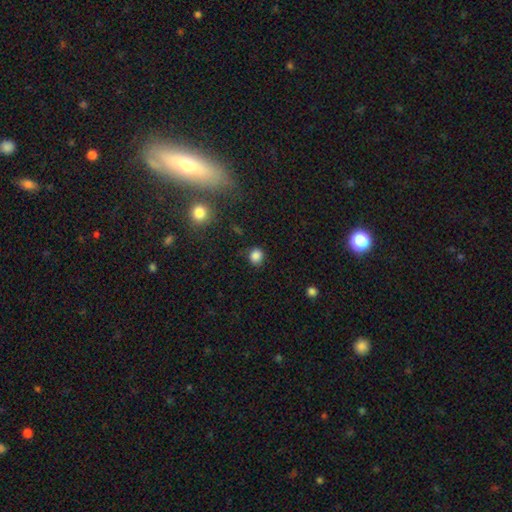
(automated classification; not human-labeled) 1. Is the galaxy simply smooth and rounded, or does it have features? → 84% smooth, 12% star or artifact, 4% featured or disk.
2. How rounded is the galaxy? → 81% round, 18% in between, 1% cigar-shaped.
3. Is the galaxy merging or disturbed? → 80% none, 14% minor disturbance, 4% major disturbance, 2% merger.